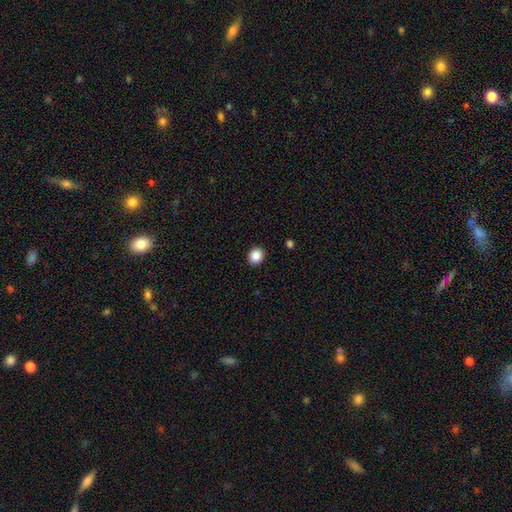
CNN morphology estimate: A smooth galaxy with no disk features (87%) that is round (70%). Merging: none (91%).